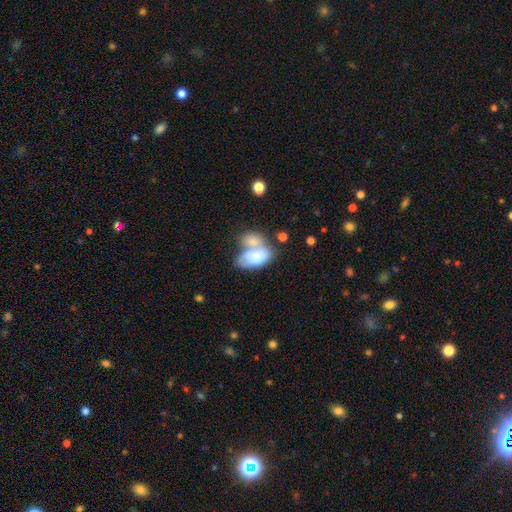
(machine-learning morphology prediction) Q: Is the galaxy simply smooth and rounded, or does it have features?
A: smooth — 72%.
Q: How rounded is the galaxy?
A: in between — 91%.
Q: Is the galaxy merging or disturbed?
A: merger — 63%.